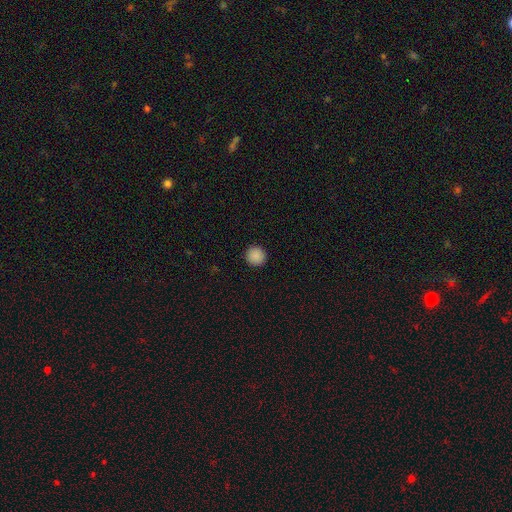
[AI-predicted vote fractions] This is clearly a smooth galaxy (89%). How rounded: clearly round (96%). Merging: clearly none (93%).